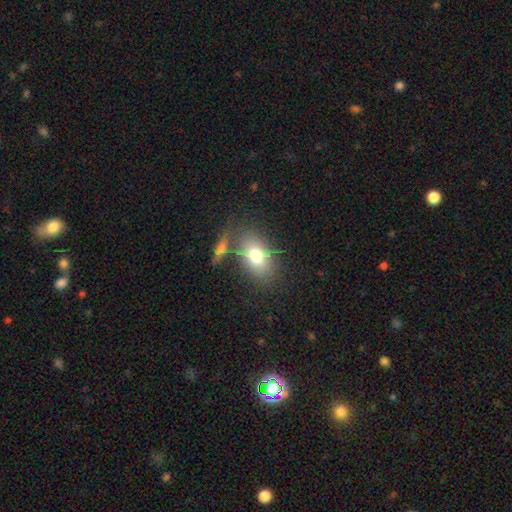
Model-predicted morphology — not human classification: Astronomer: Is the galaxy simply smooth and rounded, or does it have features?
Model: smooth — 76%.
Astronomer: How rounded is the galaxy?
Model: in between — 86%.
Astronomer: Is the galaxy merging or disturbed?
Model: none — 68%.